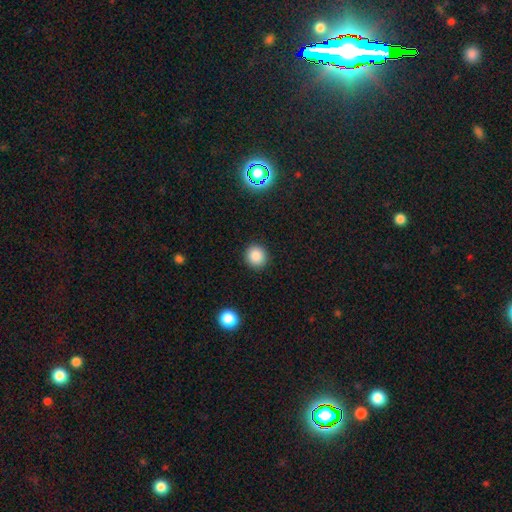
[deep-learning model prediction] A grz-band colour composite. It shows a smooth galaxy with no disk features (85%) that is round (89%). Merging: none (91%).